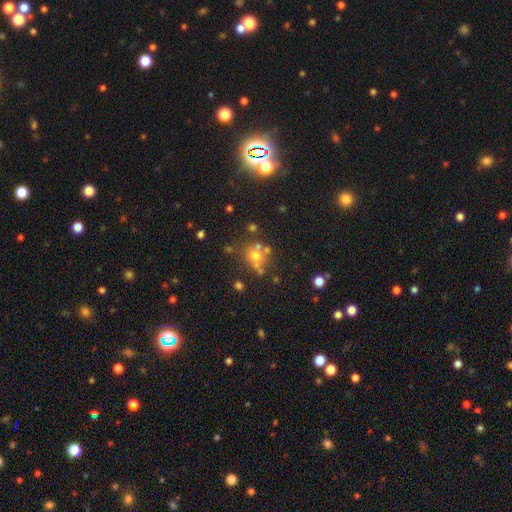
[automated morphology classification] A smooth galaxy with no disk features (57%) that is round (79%).

Vote fractions:
- Smooth or featured? smooth: 57% / star or artifact: 24% / featured or disk: 20%
- How rounded? round: 79% / in between: 20% / cigar-shaped: 1%
- Merging? none: 54% / merger: 26% / minor disturbance: 12% / major disturbance: 7%